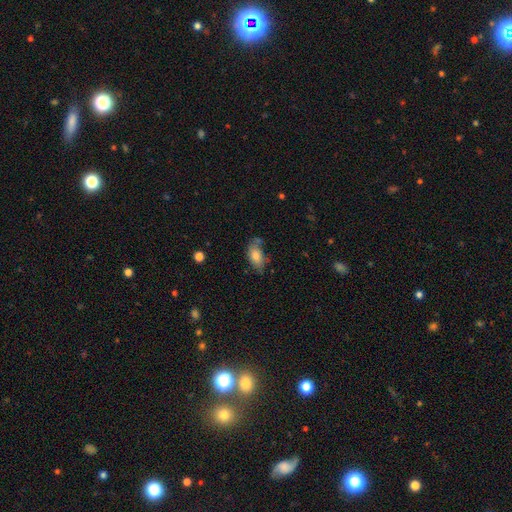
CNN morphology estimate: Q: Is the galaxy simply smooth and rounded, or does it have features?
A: smooth — 77%.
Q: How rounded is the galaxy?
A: in between — 90%.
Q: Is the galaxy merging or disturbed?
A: none — 55%.